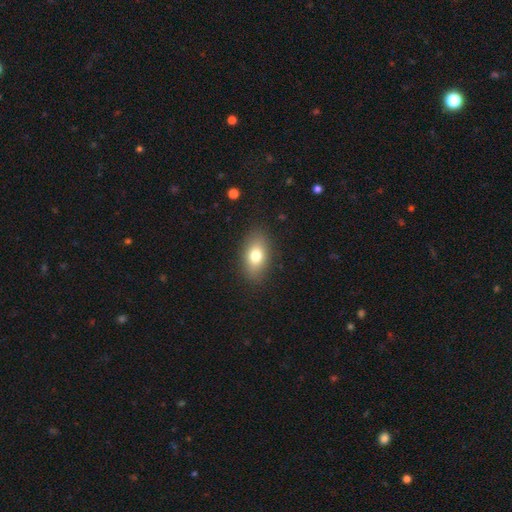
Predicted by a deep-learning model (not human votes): smooth_or_featured: smooth (p=0.76) [alt: featured or disk p=0.15]
how_rounded: in between (p=0.87) [alt: round p=0.10]
merging: none (p=0.86) [alt: minor disturbance p=0.10]